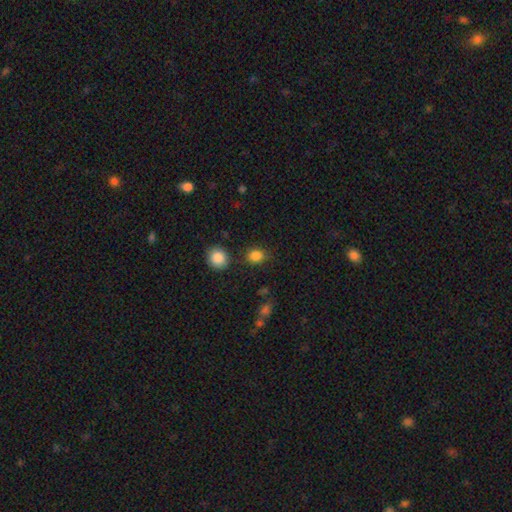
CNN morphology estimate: Overall: smooth (85%). How rounded: round (61%; in between 38%). Merging: none (79%).